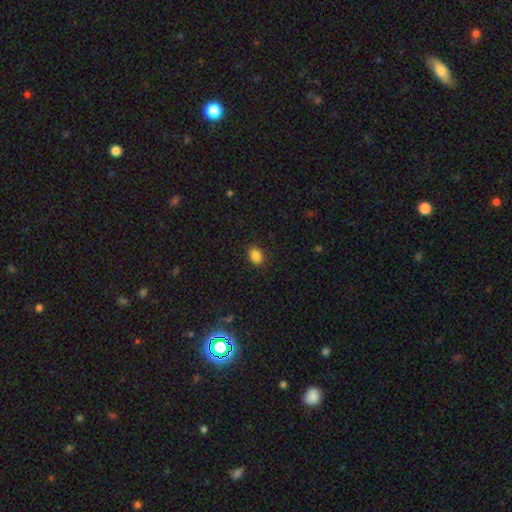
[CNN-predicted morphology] This appears to be a smooth galaxy with no disk features (87%) that is in between round and cigar-shaped (70%). Merging: none (87%).